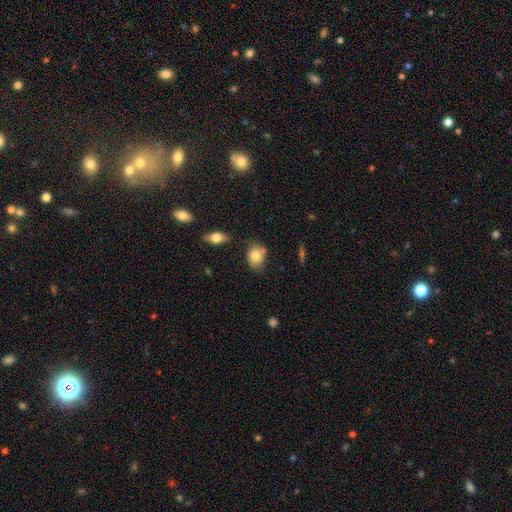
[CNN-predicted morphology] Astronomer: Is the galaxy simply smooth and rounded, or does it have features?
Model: smooth — 81%.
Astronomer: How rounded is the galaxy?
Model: in between — 61% (runner-up: round, 38%).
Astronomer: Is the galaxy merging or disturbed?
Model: none — 64%.